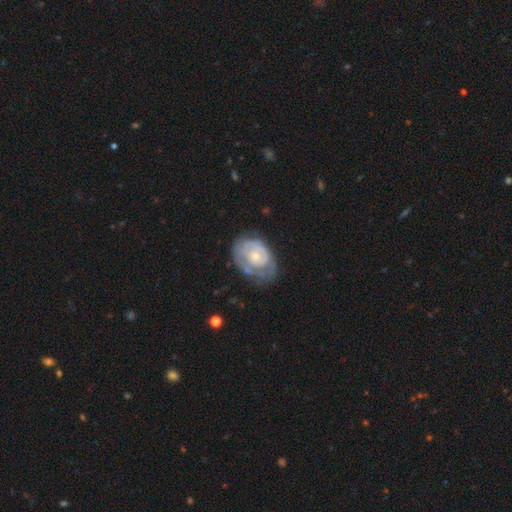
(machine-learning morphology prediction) Overall: featured or disk (64%; smooth 30%). Edge-on disk: no (97%). Bar: no (82%). Spiral arms: yes (63%; no 37%). Bulge size: small (59%; moderate 33%). Merging: none (48%; minor disturbance 30%).